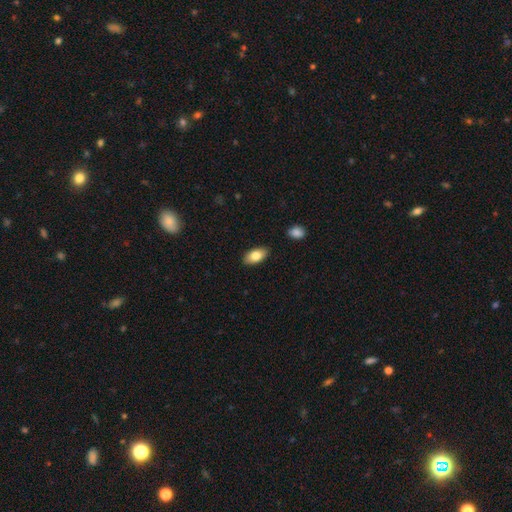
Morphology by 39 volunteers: Volunteers were most divided on "smooth or featured": smooth: 82%, featured or disk: 18%, star or artifact: 0%. More confident: merging — none (92%); how rounded — in between (91%).